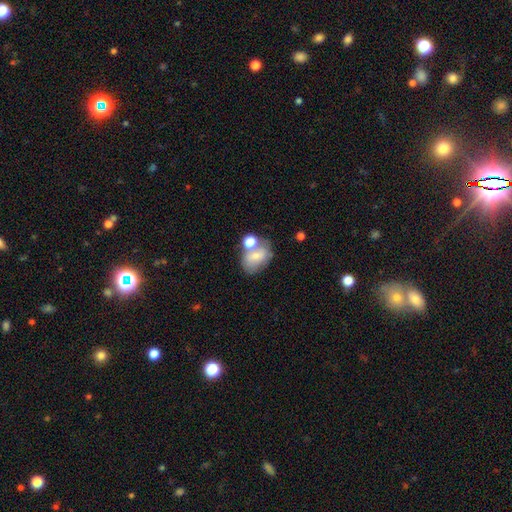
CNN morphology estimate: A smooth galaxy with no disk features (64%) that is in between round and cigar-shaped (69%).

Vote fractions:
- Smooth or featured? smooth: 64% / featured or disk: 26% / star or artifact: 10%
- How rounded? in between: 69% / round: 29% / cigar-shaped: 1%
- Merging? merger: 39% / none: 38% / minor disturbance: 15% / major disturbance: 8%